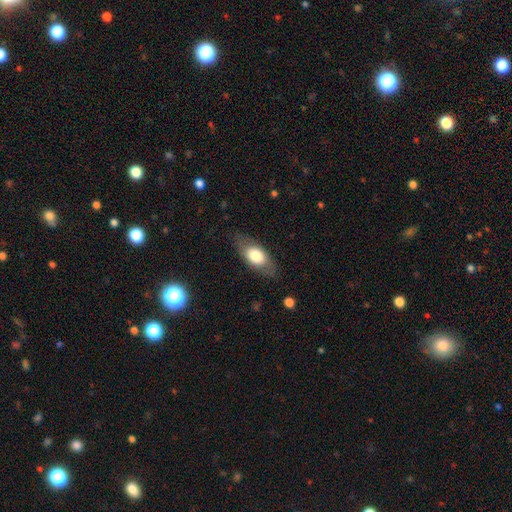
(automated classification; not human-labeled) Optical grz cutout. It shows a smooth galaxy with no disk features (68%) that is in between round and cigar-shaped (85%). Merging: none (78%).